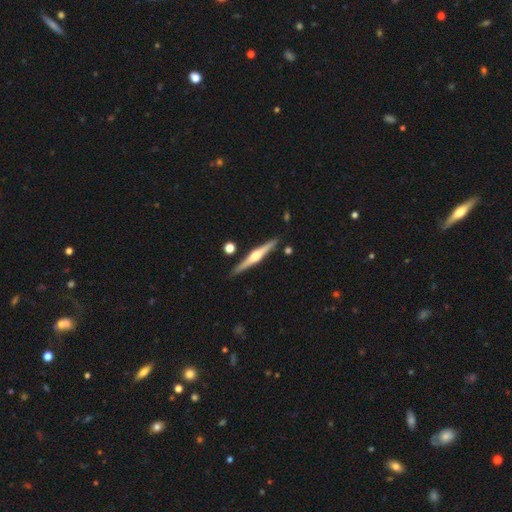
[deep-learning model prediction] The model was most divided on "smooth or featured": featured or disk: 76%, smooth: 19%, star or artifact: 5%. More confident: edge-on disk — yes (98%); edge-on bulge — rounded (91%); merging — none (88%).